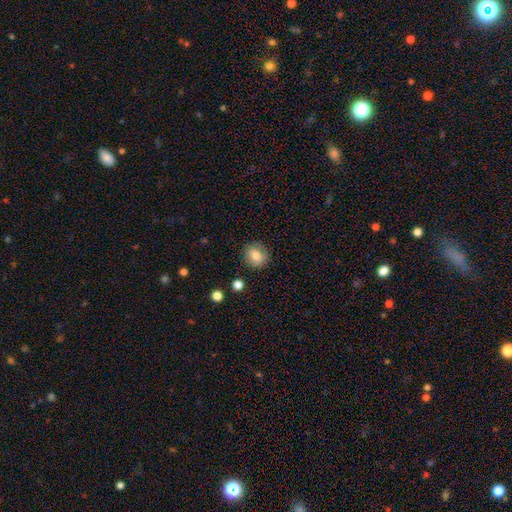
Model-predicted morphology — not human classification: smooth 80%, featured or disk 11%, star or artifact 9%. Down the decision tree: how rounded — round (81%); merging — none (84%).